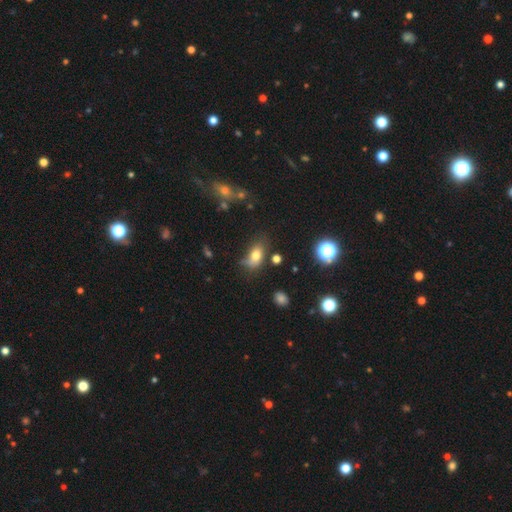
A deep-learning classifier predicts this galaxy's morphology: Q: Smooth or featured?
A: smooth (74%); runner-up: featured or disk (14%)
Q: How rounded?
A: in between (84%); runner-up: round (13%)
Q: Merging?
A: none (47%); runner-up: minor disturbance (32%)